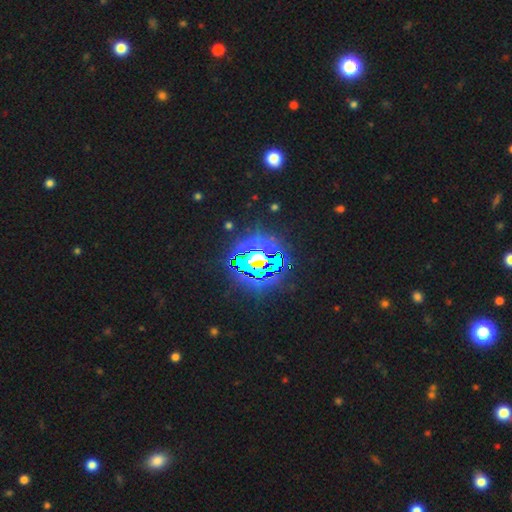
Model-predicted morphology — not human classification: This appears to be a star or artifact, not a galaxy (79%).